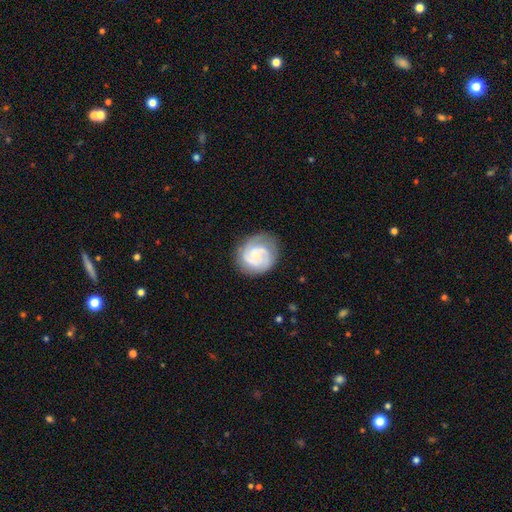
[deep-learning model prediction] Overall: featured or disk (77%). Edge-on disk: no (98%). Bar: no (57%; weak 37%). Spiral arms: yes (94%). Spiral arm count: 2 (55%; can't tell 17%). Spiral winding: tight (59%; medium 33%). Bulge size: small (62%). Merging: none (72%).